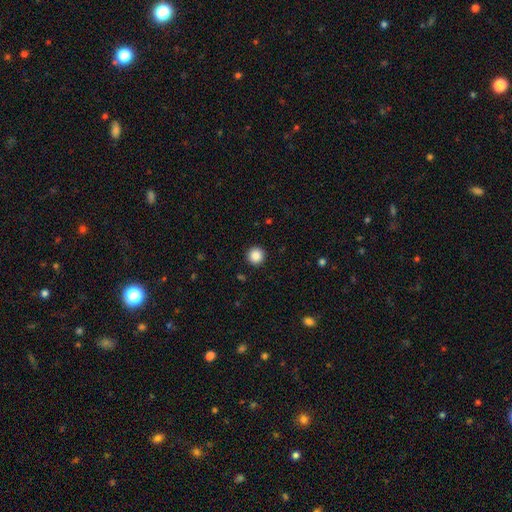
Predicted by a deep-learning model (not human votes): smooth_or_featured: smooth (p=0.87) [alt: star or artifact p=0.10]
how_rounded: round (p=0.96) [alt: in between p=0.03]
merging: none (p=0.93) [alt: minor disturbance p=0.05]